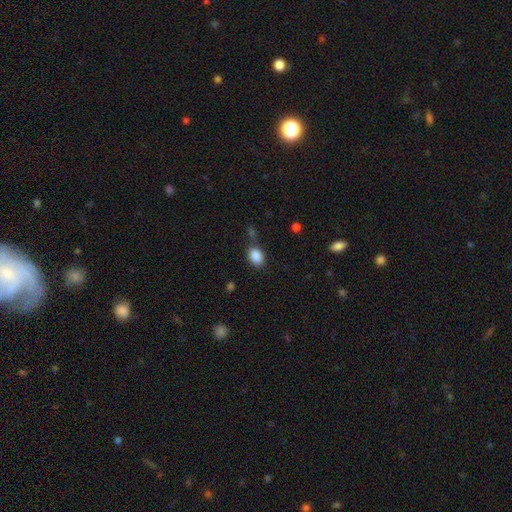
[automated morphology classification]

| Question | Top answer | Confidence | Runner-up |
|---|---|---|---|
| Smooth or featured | smooth | 87% | star or artifact (9%) |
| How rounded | in between | 73% | round (26%) |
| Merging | none | 68% | minor disturbance (17%) |